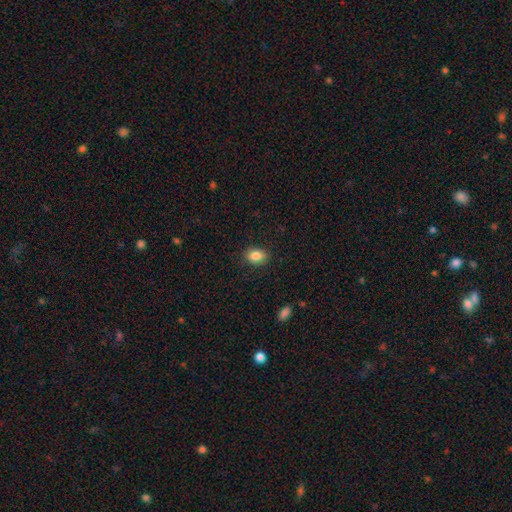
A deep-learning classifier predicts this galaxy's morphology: Overall: smooth (86%). How rounded: in between (79%). Merging: none (86%).